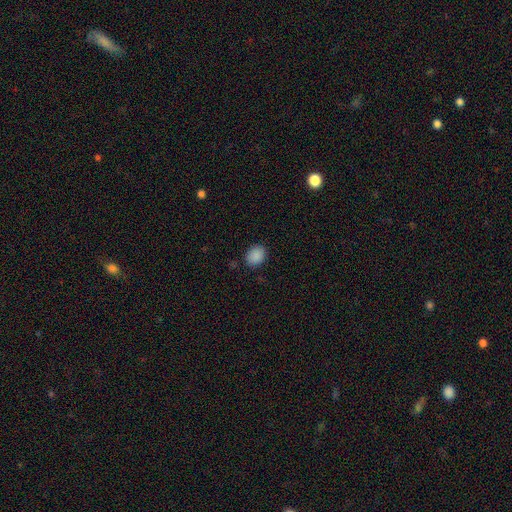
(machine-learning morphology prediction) smooth 88%, star or artifact 9%, featured or disk 3%. Down the decision tree: how rounded — in between (53%); merging — none (86%).